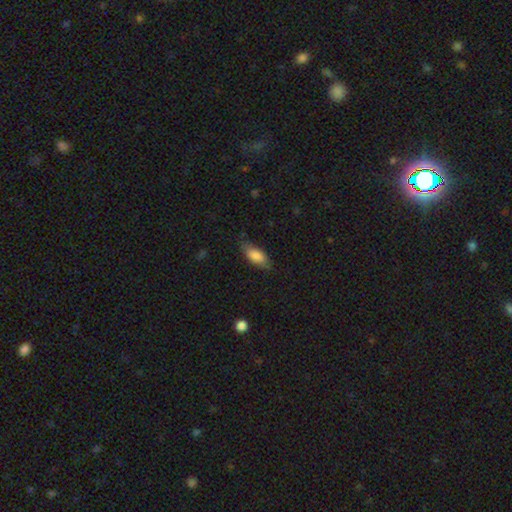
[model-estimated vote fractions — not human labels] smooth-or-featured: smooth: 83% | featured or disk: 10% | star or artifact: 7%
  how-rounded: in between: 83% | cigar-shaped: 15% | round: 2%
  merging: none: 74% | minor disturbance: 20% | major disturbance: 4% | merger: 1%